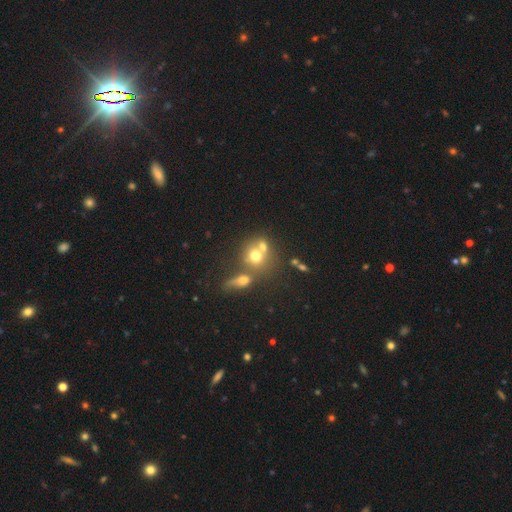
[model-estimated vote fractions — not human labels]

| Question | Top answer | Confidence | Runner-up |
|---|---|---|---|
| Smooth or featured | smooth | 64% | featured or disk (22%) |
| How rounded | round | 76% | in between (22%) |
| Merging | merger | 49% | none (36%) |